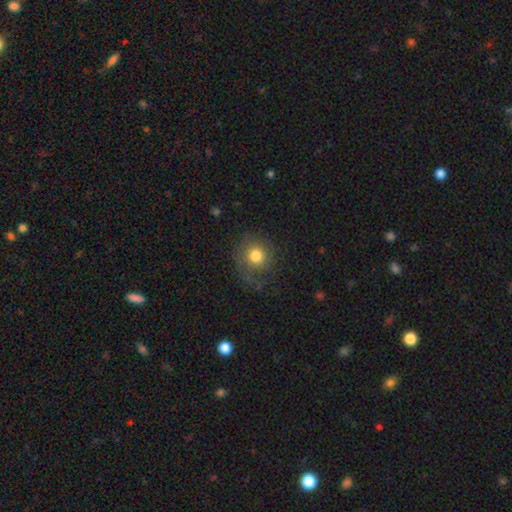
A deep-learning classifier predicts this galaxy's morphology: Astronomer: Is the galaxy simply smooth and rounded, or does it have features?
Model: smooth — 71%.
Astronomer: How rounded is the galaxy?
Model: round — 88%.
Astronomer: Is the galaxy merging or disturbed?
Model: none — 67%.